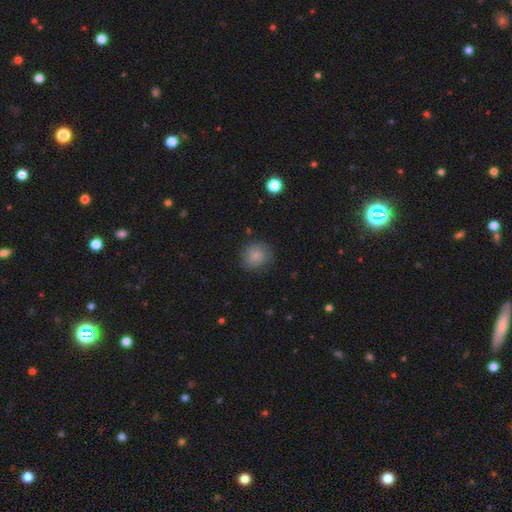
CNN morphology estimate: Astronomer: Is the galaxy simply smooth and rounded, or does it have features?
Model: smooth — 78%.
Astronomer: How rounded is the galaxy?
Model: round — 80%.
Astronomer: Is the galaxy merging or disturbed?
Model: none — 73%.